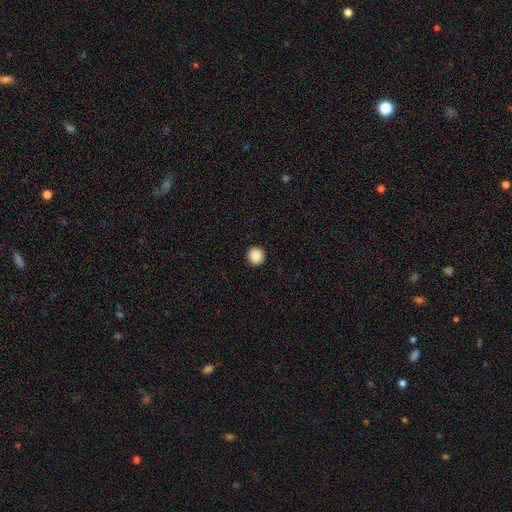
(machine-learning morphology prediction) Q: Smooth or featured?
A: smooth (88%); runner-up: star or artifact (9%)
Q: How rounded?
A: round (94%); runner-up: in between (5%)
Q: Merging?
A: none (94%); runner-up: minor disturbance (4%)